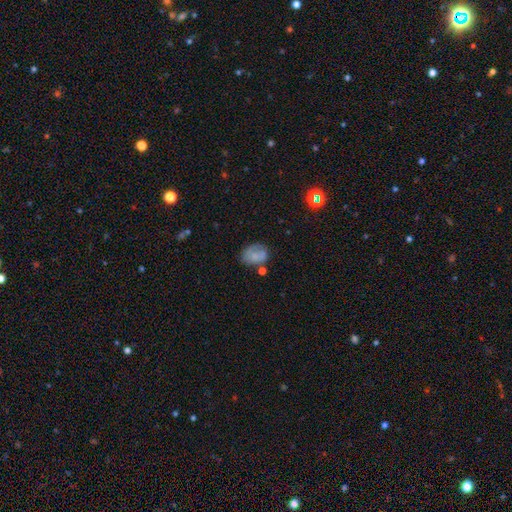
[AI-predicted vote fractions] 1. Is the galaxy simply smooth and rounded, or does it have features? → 69% smooth, 21% featured or disk, 10% star or artifact.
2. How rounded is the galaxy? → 66% in between, 33% round, 1% cigar-shaped.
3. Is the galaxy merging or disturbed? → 51% none, 27% minor disturbance, 13% major disturbance, 9% merger.